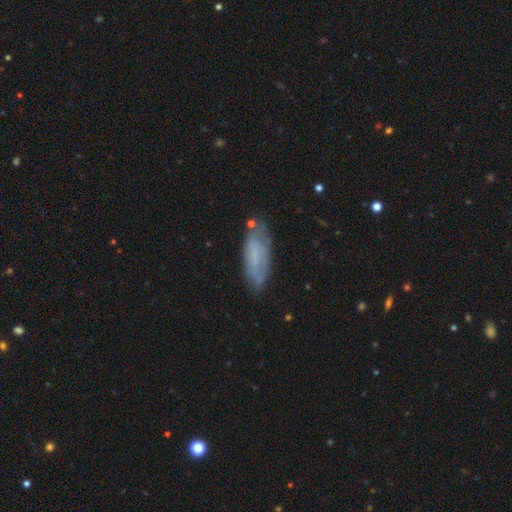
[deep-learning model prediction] Smooth or featured: smooth — 56% (featured or disk — 35%)
How rounded: in between — 59% (cigar-shaped — 40%)
Merging: none — 66% (minor disturbance — 23%)